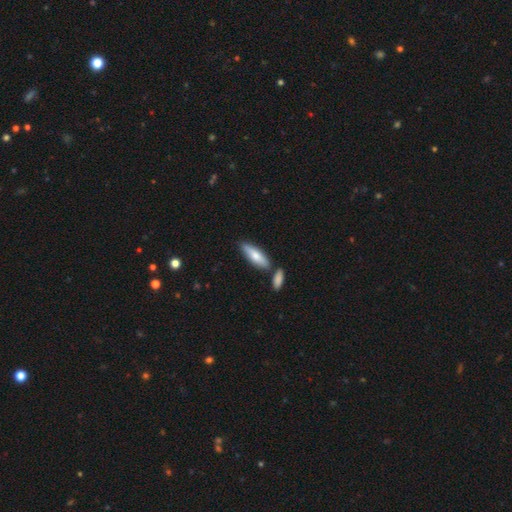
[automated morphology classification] smooth 70%, featured or disk 24%, star or artifact 5%. Down the decision tree: how rounded — in between (52%); merging — none (68%).